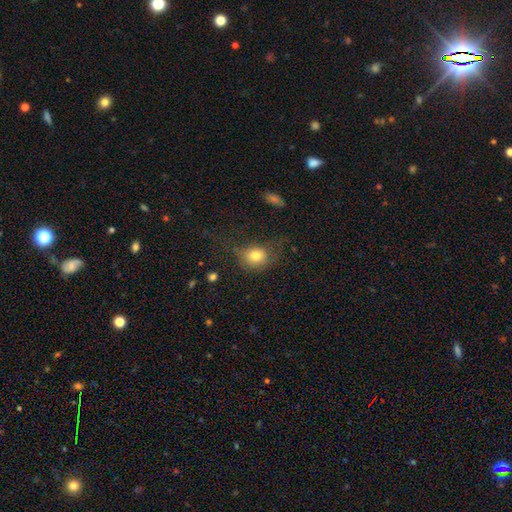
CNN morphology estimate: type=smooth (78%); roundness=round (67%); merging=none (59%).